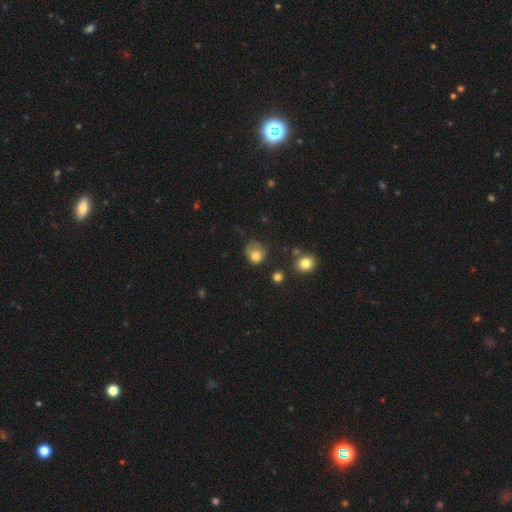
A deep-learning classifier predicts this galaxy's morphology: A smooth galaxy with no disk features (76%) that is round (70%). Merging: none (43%).